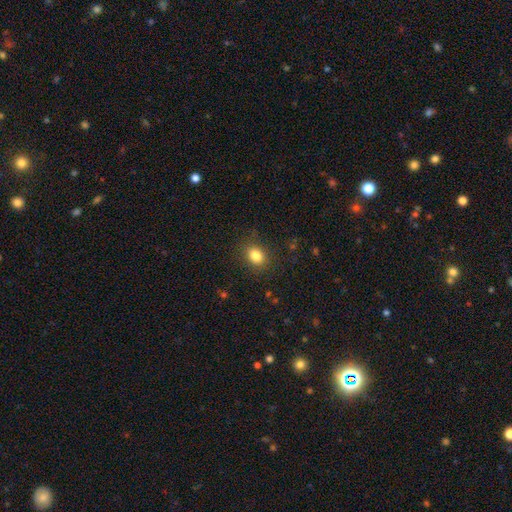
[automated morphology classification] A smooth galaxy with no disk features (83%) that is in between round and cigar-shaped (50%).

Vote fractions:
- Smooth or featured? smooth: 83% / star or artifact: 11% / featured or disk: 6%
- How rounded? in between: 50% / round: 49% / cigar-shaped: 1%
- Merging? none: 85% / minor disturbance: 10% / major disturbance: 4% / merger: 1%